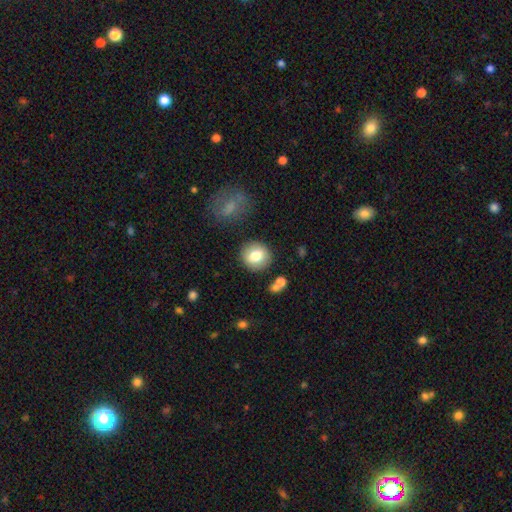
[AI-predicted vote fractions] A smooth galaxy with no disk features (77%) that is round (86%).

Vote fractions:
- Smooth or featured? smooth: 77% / featured or disk: 15% / star or artifact: 9%
- How rounded? round: 86% / in between: 13% / cigar-shaped: 1%
- Merging? none: 86% / minor disturbance: 8% / merger: 3% / major disturbance: 3%